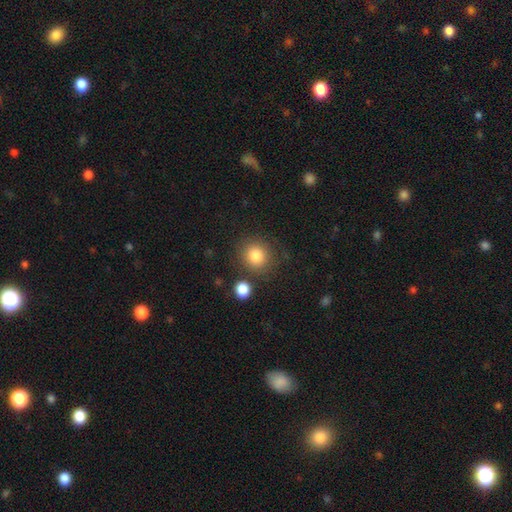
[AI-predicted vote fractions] smooth-or-featured: smooth: 84% | star or artifact: 10% | featured or disk: 6%
  how-rounded: round: 84% | in between: 15% | cigar-shaped: 1%
  merging: none: 79% | minor disturbance: 10% | merger: 7% | major disturbance: 4%